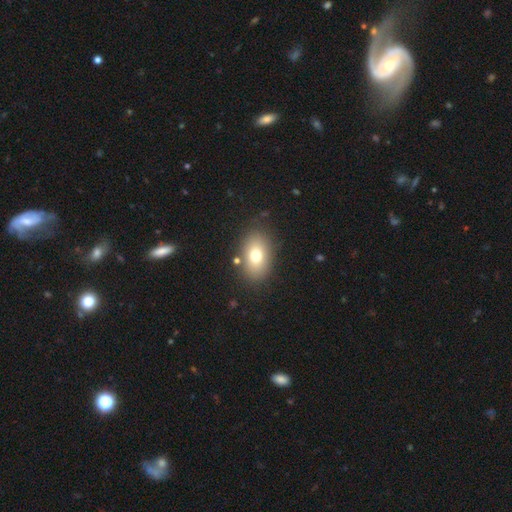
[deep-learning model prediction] smooth-or-featured: smooth: 75% | featured or disk: 15% | star or artifact: 10%
  how-rounded: in between: 84% | round: 15% | cigar-shaped: 1%
  merging: none: 83% | minor disturbance: 10% | major disturbance: 4% | merger: 3%